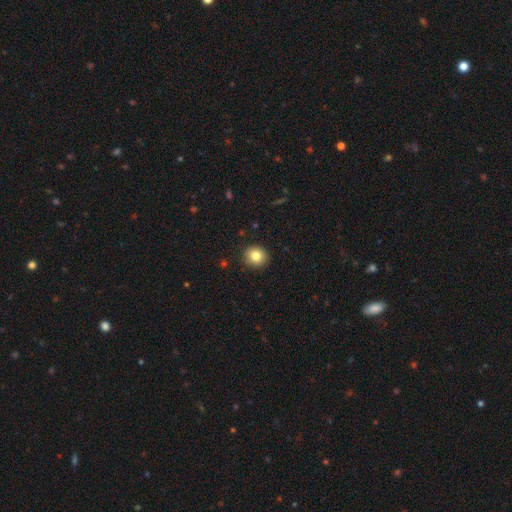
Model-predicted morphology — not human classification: Smooth or featured? Predicted: smooth (p=0.82). How rounded? Predicted: round (p=0.87). Merging? Predicted: none (p=0.91).